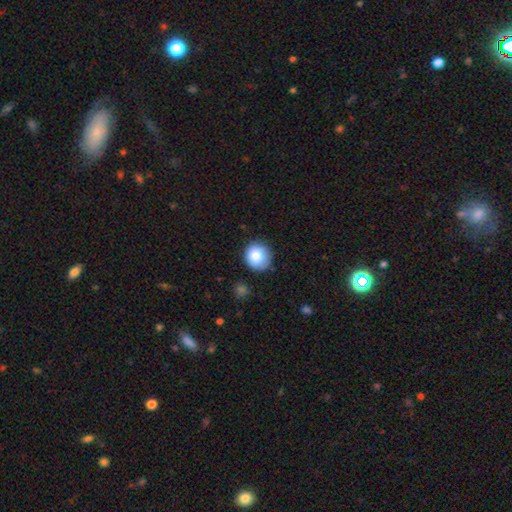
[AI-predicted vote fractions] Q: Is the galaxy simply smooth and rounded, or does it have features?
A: smooth — 81%.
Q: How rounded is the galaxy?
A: round — 89%.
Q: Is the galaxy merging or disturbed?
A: none — 81%.